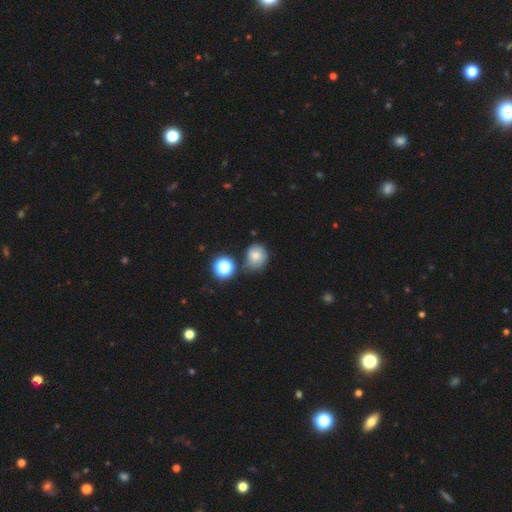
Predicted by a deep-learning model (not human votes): Smooth or featured? Predicted: smooth (p=0.68). How rounded? Predicted: round (p=0.69). Merging? Predicted: none (p=0.59).